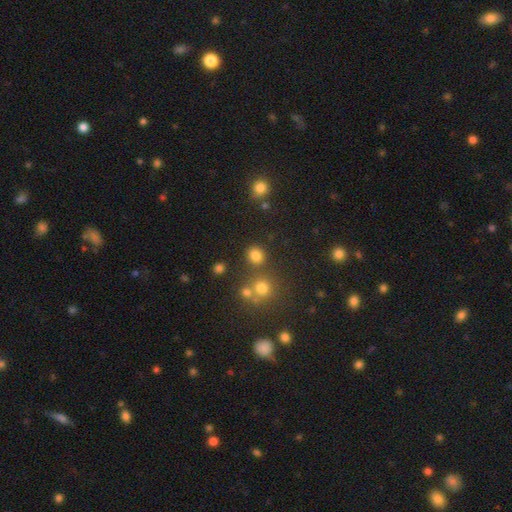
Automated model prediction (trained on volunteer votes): Smooth or featured? smooth (79%)
How rounded? round (79%)
Merging? none (78%)